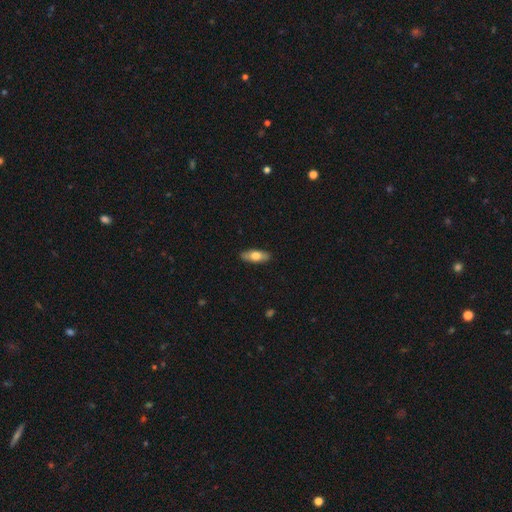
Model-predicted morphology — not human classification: Smooth or featured: smooth — 67% (featured or disk — 27%)
How rounded: in between — 72% (cigar-shaped — 25%)
Merging: none — 89% (minor disturbance — 8%)